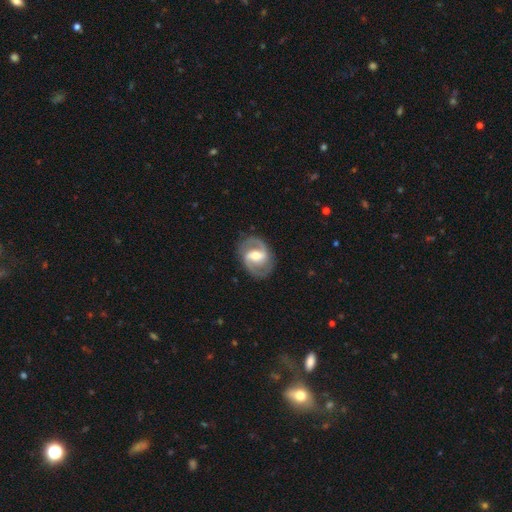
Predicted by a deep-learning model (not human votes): A featured or disk galaxy (85%) with a weak bar (44%), 2 (92%) medium (55%) spiral arms (93%) and a moderate central bulge (66%).

Vote fractions:
- Smooth or featured? featured or disk: 85% / smooth: 11% / star or artifact: 5%
- Edge-on disk? no: 97% / yes: 3%
- Bar? weak: 44% / strong: 39% / no: 17%
- Spiral arms? yes: 93% / no: 7%
- Spiral winding? medium: 55% / tight: 24% / loose: 20%
- Spiral arm count? 2: 92% / can't tell: 3% / 1: 2% / 3: 1% / 4: 1% / more than 4: 1%
- Bulge size? moderate: 66% / small: 21% / large: 10% / none: 1% / dominant: 1%
- Merging? none: 84% / minor disturbance: 10% / major disturbance: 4% / merger: 1%